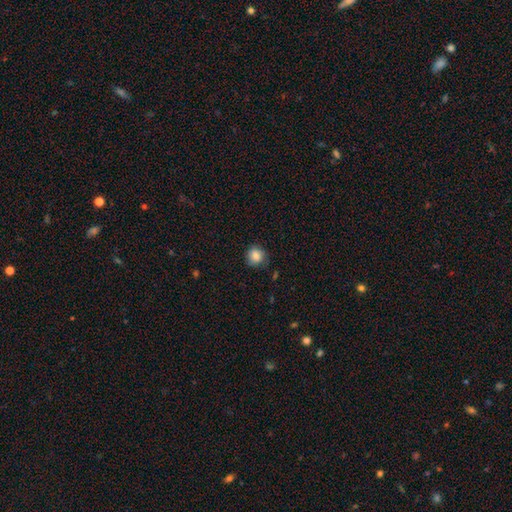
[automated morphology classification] smooth-or-featured: smooth: 85% | star or artifact: 10% | featured or disk: 6%
  how-rounded: round: 85% | in between: 14% | cigar-shaped: 1%
  merging: none: 80% | minor disturbance: 15% | major disturbance: 3% | merger: 1%